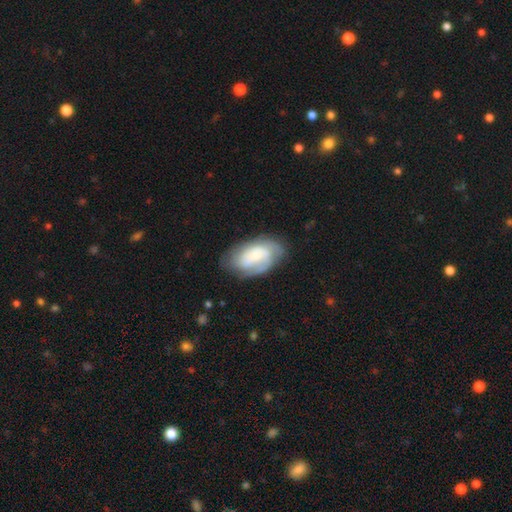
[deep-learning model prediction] This is possibly a featured or disk galaxy (58%). It is clearly not viewed edge-on (96%). Bar: likely no (65%). Spiral arm pattern: clearly yes (83%). Central bulge: possibly small (55%). Merging: likely none (65%).